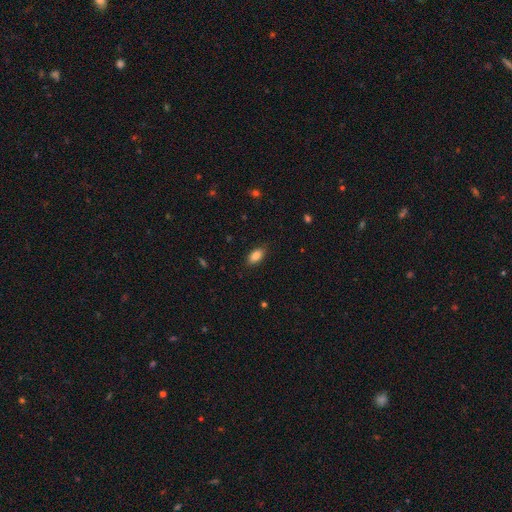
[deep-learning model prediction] A smooth galaxy with no disk features (87%) that is in between round and cigar-shaped (91%).

Vote fractions:
- Smooth or featured? smooth: 87% / star or artifact: 8% / featured or disk: 6%
- How rounded? in between: 91% / round: 4% / cigar-shaped: 4%
- Merging? none: 86% / minor disturbance: 10% / major disturbance: 3% / merger: 1%